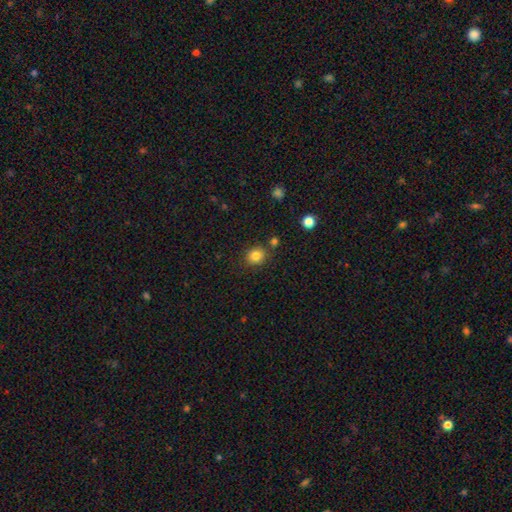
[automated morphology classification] The model was most divided on "how rounded": round: 78%, in between: 21%, cigar-shaped: 1%. More confident: smooth or featured — smooth (83%); merging — none (82%).